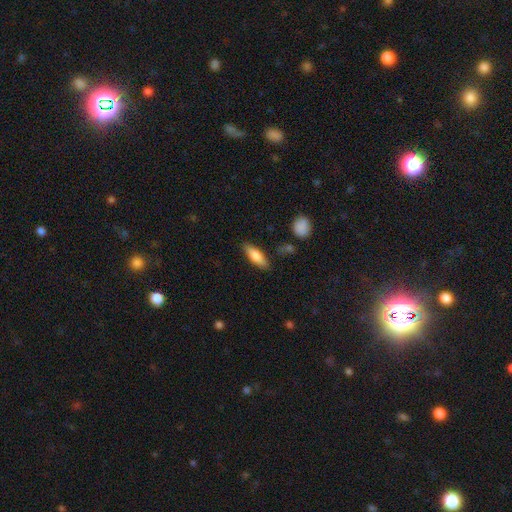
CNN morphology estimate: smooth_or_featured: smooth (p=0.75) [alt: featured or disk p=0.19]
how_rounded: in between (p=0.50) [alt: cigar-shaped p=0.48]
merging: none (p=0.84) [alt: minor disturbance p=0.11]